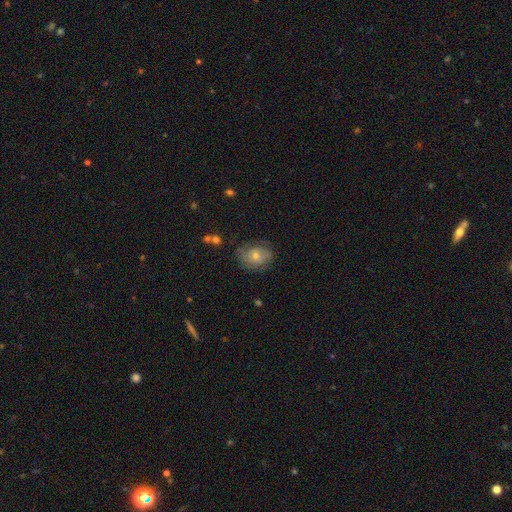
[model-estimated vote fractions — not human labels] A smooth galaxy with no disk features (46%). Merging: none (70%).